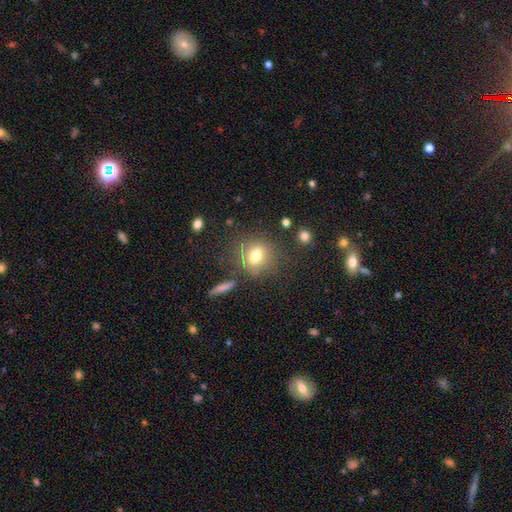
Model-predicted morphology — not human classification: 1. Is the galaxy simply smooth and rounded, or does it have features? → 73% smooth, 14% featured or disk, 13% star or artifact.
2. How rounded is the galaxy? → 69% round, 29% in between, 2% cigar-shaped.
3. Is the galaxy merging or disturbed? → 74% none, 15% minor disturbance, 6% major disturbance, 5% merger.